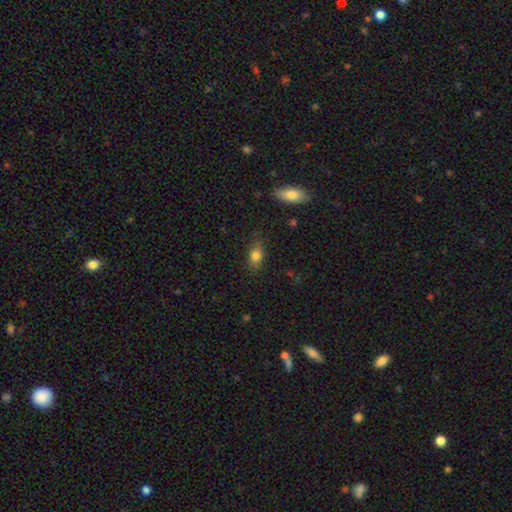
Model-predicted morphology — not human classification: Smooth or featured: smooth — 81% (star or artifact — 10%)
How rounded: in between — 78% (round — 17%)
Merging: none — 79% (minor disturbance — 16%)